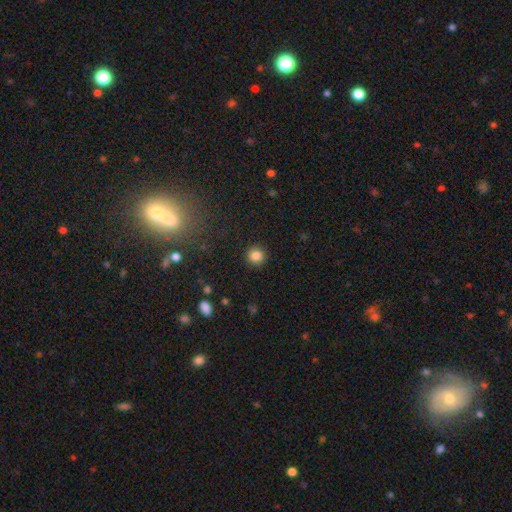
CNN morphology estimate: Smooth or featured? smooth (84%)
How rounded? round (91%)
Merging? none (90%)